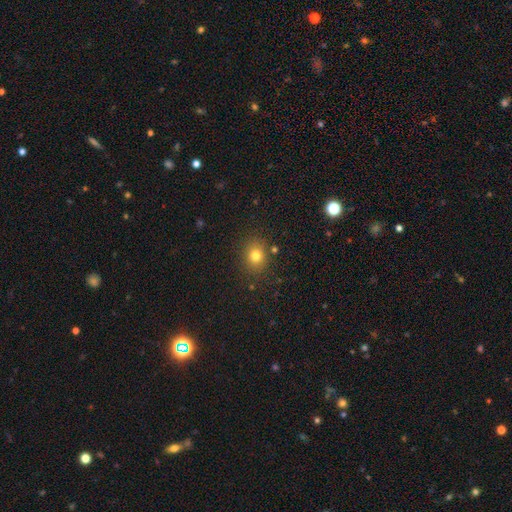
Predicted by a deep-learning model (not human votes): smooth 78%, star or artifact 14%, featured or disk 8%. Down the decision tree: how rounded — round (67%); merging — none (85%).